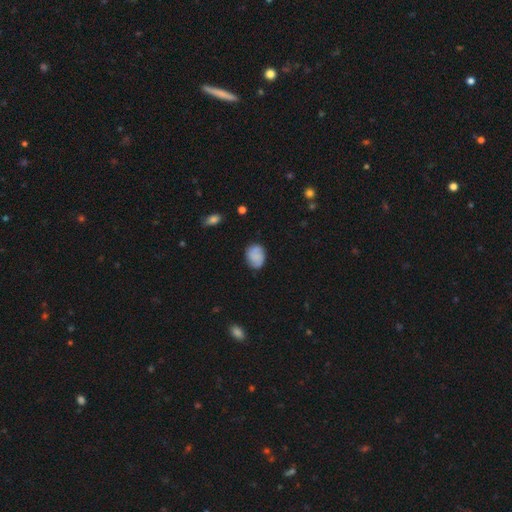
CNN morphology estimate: smooth 72%, featured or disk 19%, star or artifact 9%. Down the decision tree: how rounded — in between (65%); merging — none (75%).